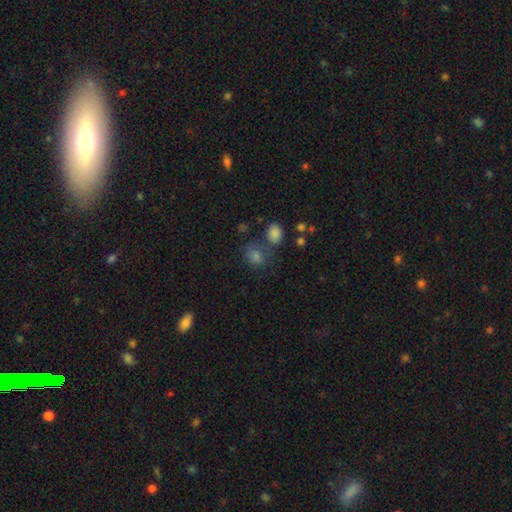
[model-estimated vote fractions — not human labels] A smooth galaxy with no disk features (71%) that is round (61%). Merging: none (58%).